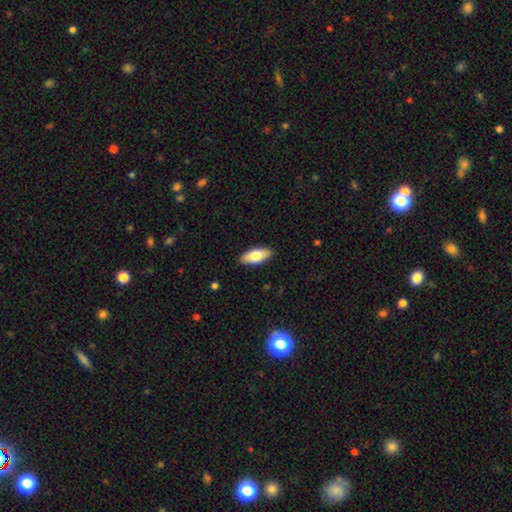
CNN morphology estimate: smooth 74%, featured or disk 20%, star or artifact 6%. Down the decision tree: how rounded — in between (83%); merging — none (89%).